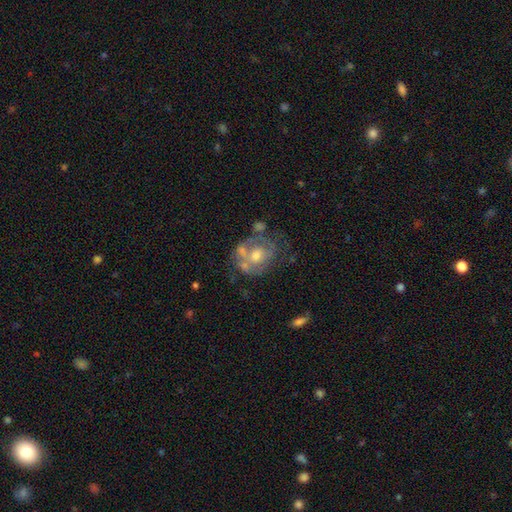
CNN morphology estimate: Smooth or featured?
  - featured or disk: 66% *
  - smooth: 25%
  - star or artifact: 9%
Edge-on disk?
  - no: 97% *
  - yes: 3%
Bar?
  - no: 81% *
  - weak: 16%
  - strong: 3%
Spiral arms?
  - no: 62% *
  - yes: 38%
Bulge size?
  - moderate: 63% *
  - small: 26%
  - large: 6%
  - none: 4%
  - dominant: 1%
Merging?
  - none: 40% *
  - minor disturbance: 21%
  - merger: 20%
  - major disturbance: 19%